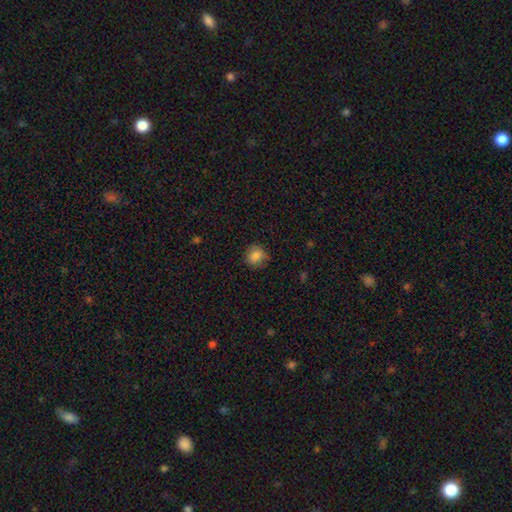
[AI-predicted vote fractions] smooth 83%, star or artifact 10%, featured or disk 7%. Down the decision tree: how rounded — round (79%); merging — none (78%).